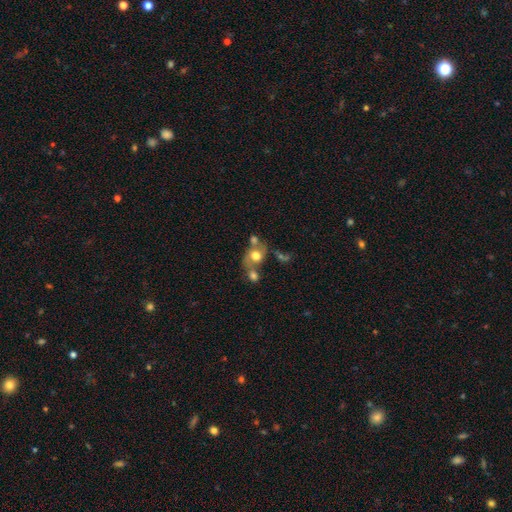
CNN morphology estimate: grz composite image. It shows a smooth galaxy with no disk features (60%) that is in between round and cigar-shaped (51%). Merging: merger (41%).